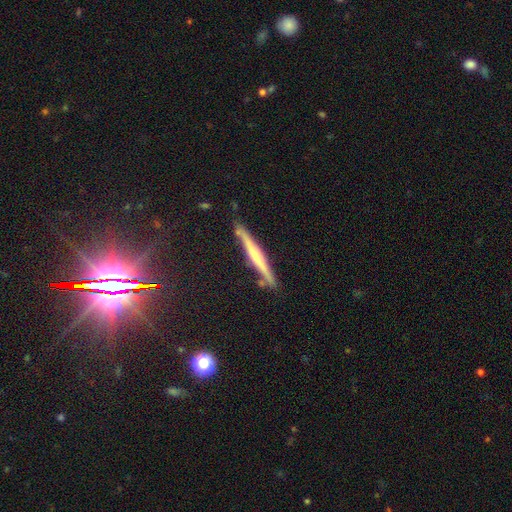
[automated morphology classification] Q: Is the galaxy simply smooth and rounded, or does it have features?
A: featured or disk — 59%.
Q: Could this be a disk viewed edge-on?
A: yes — 97%.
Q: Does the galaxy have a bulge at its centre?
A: rounded — 53%.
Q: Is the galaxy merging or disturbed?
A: none — 85%.